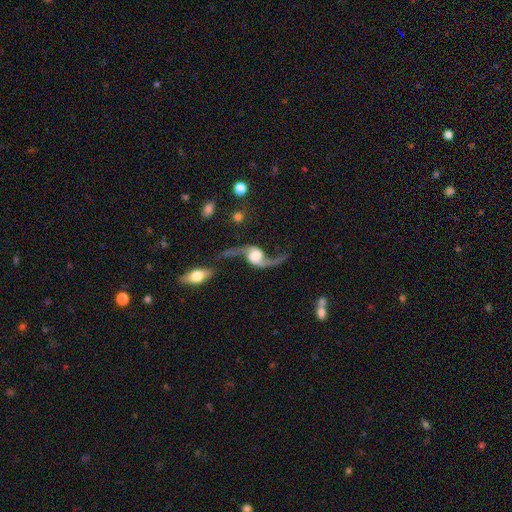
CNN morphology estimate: featured or disk 90%, smooth 5%, star or artifact 5%. Down the decision tree: edge-on disk — no (96%); bar — no (53%); spiral arms — yes (97%); spiral arm count — 2 (93%); spiral winding — loose (90%); bulge size — large (38%); merging — none (61%).